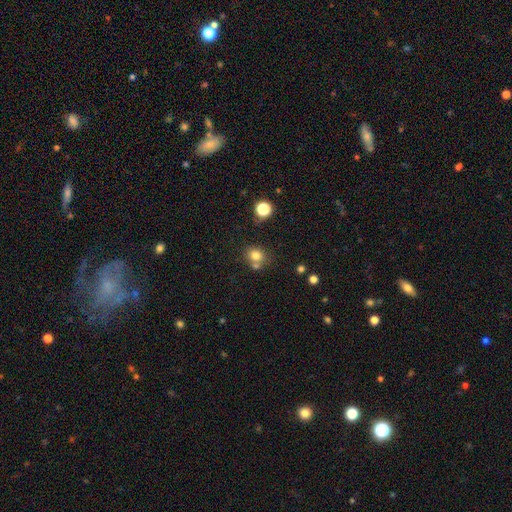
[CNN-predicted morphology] A smooth galaxy with no disk features (78%) that is round (74%).

Vote fractions:
- Smooth or featured? smooth: 78% / star or artifact: 13% / featured or disk: 9%
- How rounded? round: 74% / in between: 25% / cigar-shaped: 1%
- Merging? none: 59% / merger: 25% / minor disturbance: 12% / major disturbance: 4%